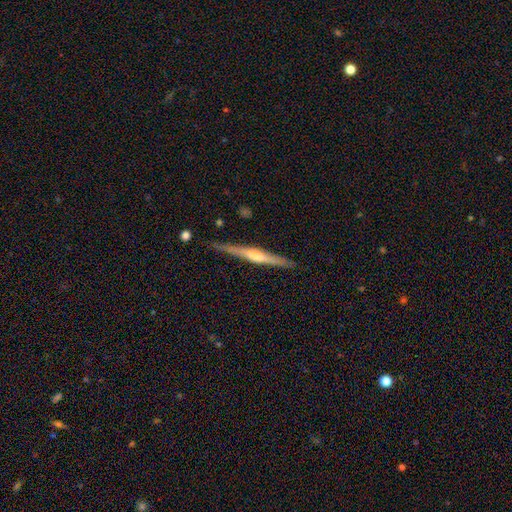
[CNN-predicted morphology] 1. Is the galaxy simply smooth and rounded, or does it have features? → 69% featured or disk, 26% smooth, 5% star or artifact.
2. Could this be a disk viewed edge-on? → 98% yes, 2% no.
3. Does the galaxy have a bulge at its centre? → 58% rounded, 22% boxy, 20% none.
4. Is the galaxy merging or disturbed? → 86% none, 11% minor disturbance, 2% major disturbance, 2% merger.